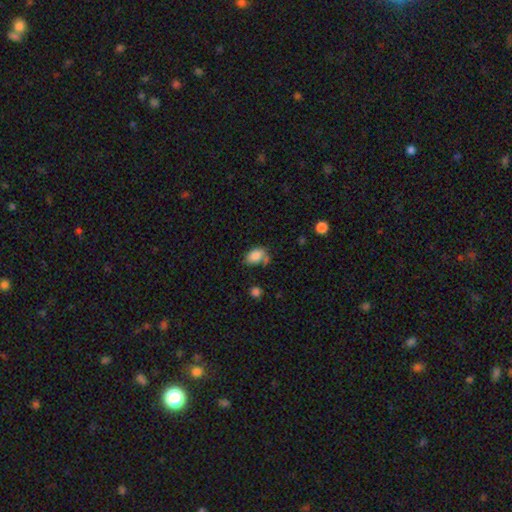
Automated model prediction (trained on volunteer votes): The model was most divided on "merging": none: 51%, minor disturbance: 27%, merger: 12%, major disturbance: 10%. More confident: how rounded — in between (86%); smooth or featured — smooth (84%).